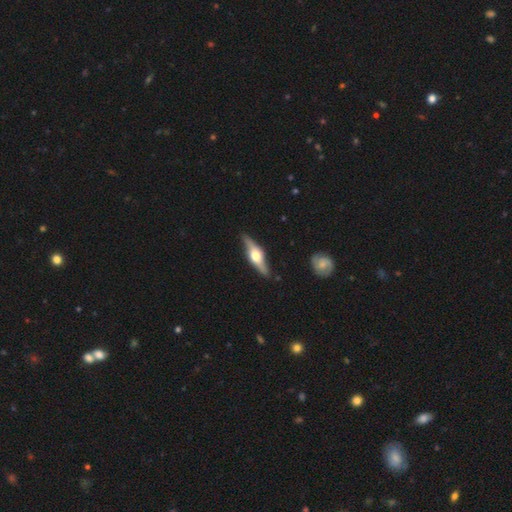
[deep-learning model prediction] smooth_or_featured: featured or disk (p=0.71) [alt: smooth p=0.24]
disk_edge_on: yes (p=0.94) [alt: no p=0.06]
edge_on_bulge: rounded (p=0.94) [alt: boxy p=0.04]
merging: none (p=0.85) [alt: minor disturbance p=0.11]